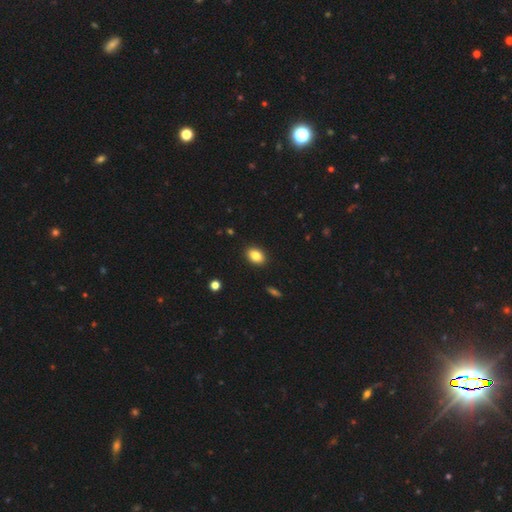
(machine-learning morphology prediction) This is clearly a smooth galaxy (85%). How rounded: likely in between (79%). Merging: clearly none (90%).